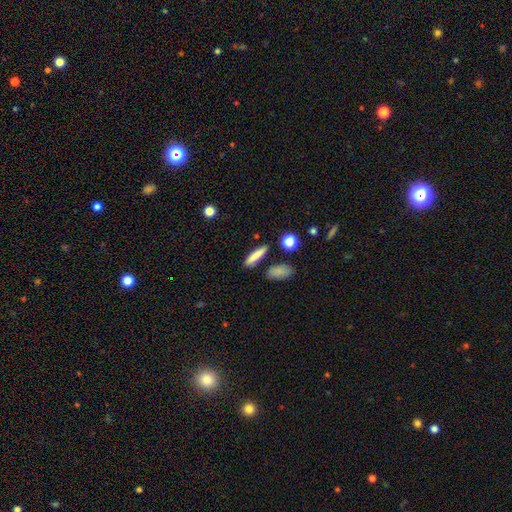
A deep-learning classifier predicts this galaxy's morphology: A smooth galaxy with no disk features (82%) that is cigar-shaped (76%).

Vote fractions:
- Smooth or featured? smooth: 82% / featured or disk: 11% / star or artifact: 7%
- How rounded? cigar-shaped: 76% / in between: 20% / round: 4%
- Merging? none: 84% / minor disturbance: 9% / merger: 5% / major disturbance: 3%